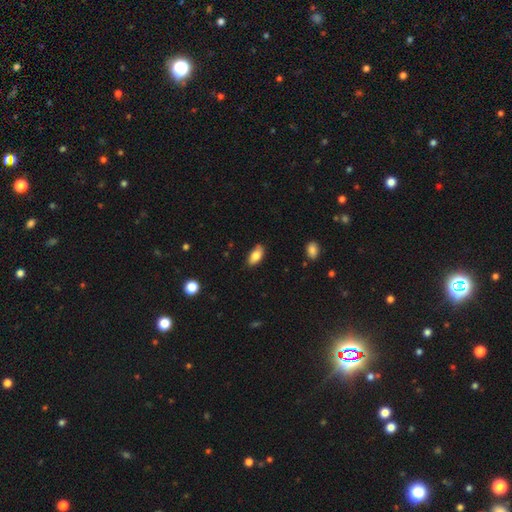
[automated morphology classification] Q: Smooth or featured?
A: smooth (81%); runner-up: featured or disk (12%)
Q: How rounded?
A: in between (90%); runner-up: cigar-shaped (7%)
Q: Merging?
A: none (82%); runner-up: minor disturbance (15%)